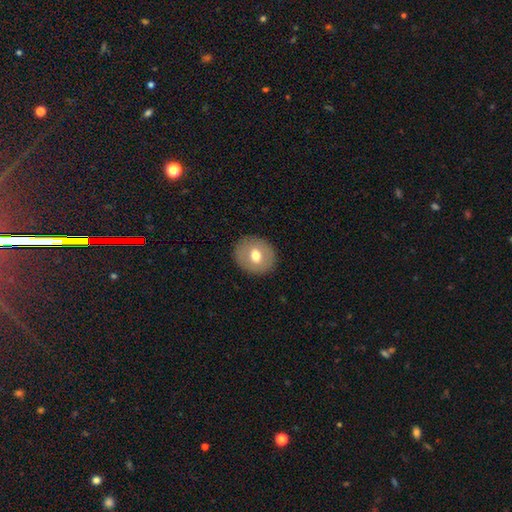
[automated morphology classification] This is likely a smooth galaxy (65%). How rounded: likely round (79%). Merging: clearly none (89%).